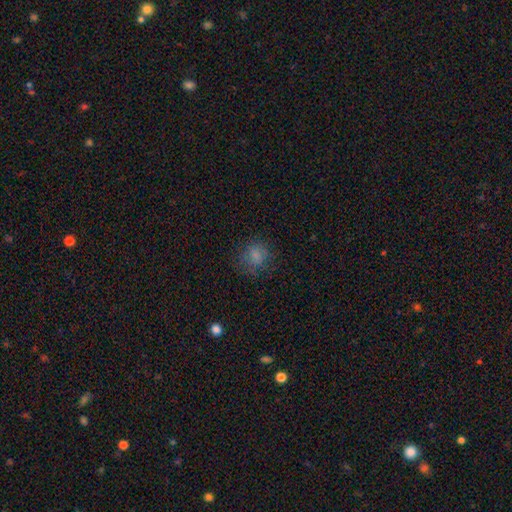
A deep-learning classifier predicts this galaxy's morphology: A smooth galaxy with no disk features (76%) that is round (75%). Merging: none (70%).